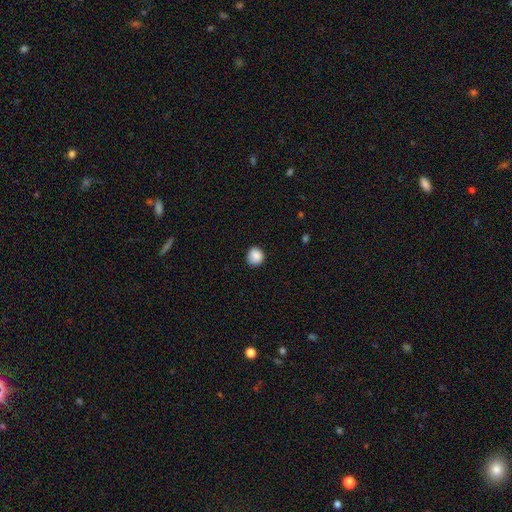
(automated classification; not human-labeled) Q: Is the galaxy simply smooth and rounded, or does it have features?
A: smooth — 86%.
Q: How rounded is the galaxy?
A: round — 85%.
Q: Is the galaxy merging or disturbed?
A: none — 78%.